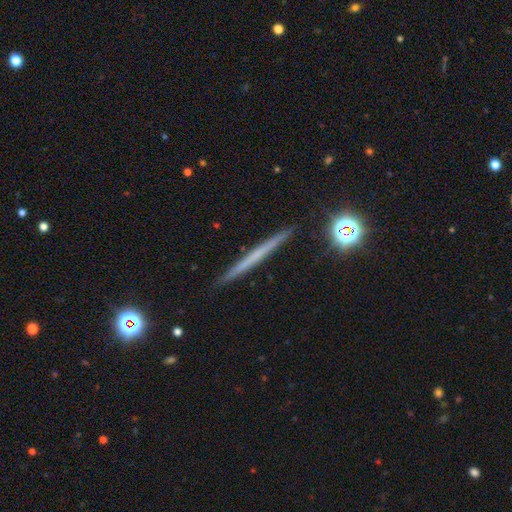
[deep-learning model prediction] smooth-or-featured: featured or disk: 50% | smooth: 41% | star or artifact: 9%
  disk-edge-on: yes: 97% | no: 3%
  merging: none: 91% | minor disturbance: 6% | major disturbance: 1% | merger: 1%